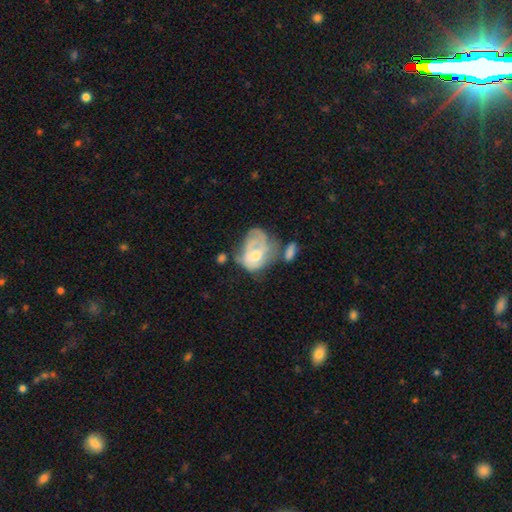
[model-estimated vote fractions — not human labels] A featured or disk galaxy (58%) with no bar (66%), spiral arms (50%, tied with no) and a moderate central bulge (62%). Merging: major disturbance (38%).